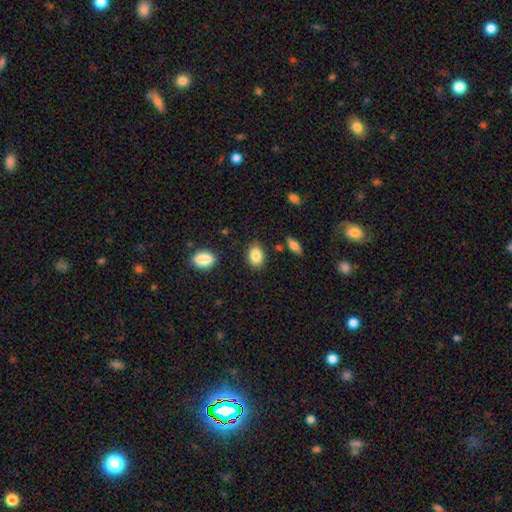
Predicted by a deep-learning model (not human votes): Smooth or featured?
  - smooth: 86% *
  - star or artifact: 8%
  - featured or disk: 7%
How rounded?
  - in between: 82% *
  - round: 16%
  - cigar-shaped: 2%
Merging?
  - none: 83% *
  - minor disturbance: 11%
  - major disturbance: 3%
  - merger: 3%